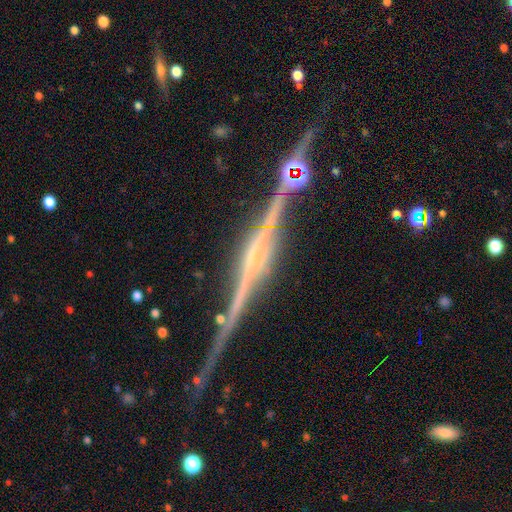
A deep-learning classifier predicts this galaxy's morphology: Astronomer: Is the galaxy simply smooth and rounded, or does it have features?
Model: featured or disk — 87%.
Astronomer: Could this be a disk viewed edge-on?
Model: yes — 98%.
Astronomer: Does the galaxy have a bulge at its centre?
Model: rounded — 48% (runner-up: boxy, 34%).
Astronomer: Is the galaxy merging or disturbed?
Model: none — 79%.